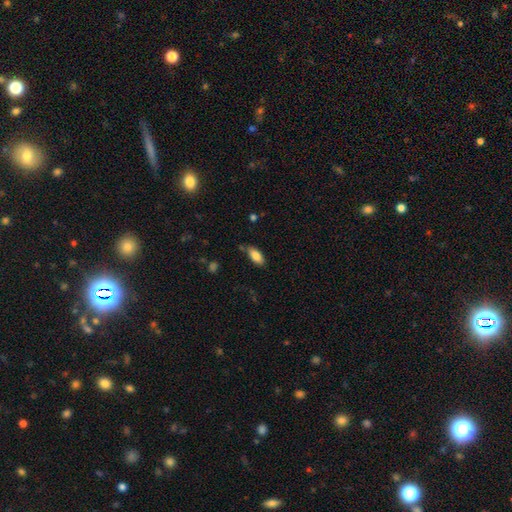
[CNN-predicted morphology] This appears to be a smooth galaxy with no disk features (85%) that is in between round and cigar-shaped (87%). Merging: none (75%).